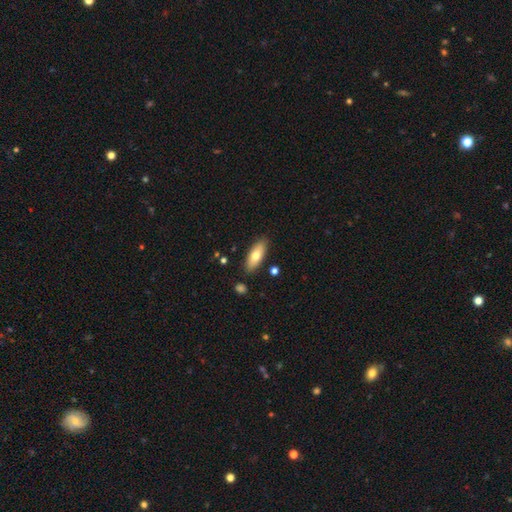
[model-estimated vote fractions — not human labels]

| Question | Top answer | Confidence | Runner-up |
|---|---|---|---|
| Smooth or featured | smooth | 71% | featured or disk (23%) |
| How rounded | in between | 74% | cigar-shaped (24%) |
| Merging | none | 85% | minor disturbance (10%) |